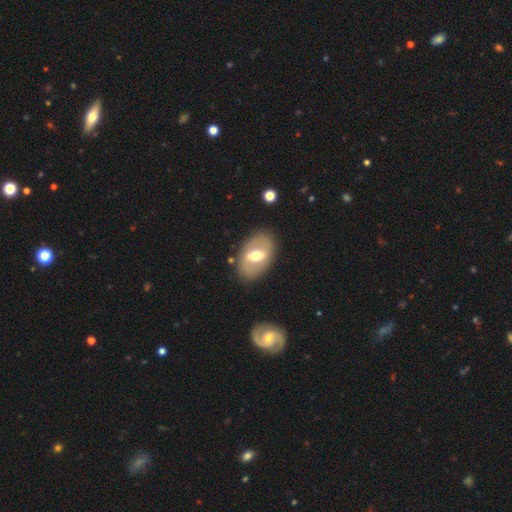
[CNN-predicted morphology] Overall: featured or disk (54%; smooth 40%). Edge-on disk: no (88%). Merging: none (84%).